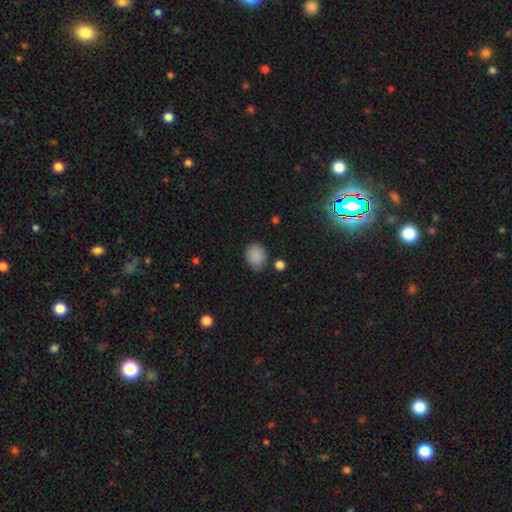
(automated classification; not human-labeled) Overall: smooth (87%). How rounded: in between (57%; round 43%). Merging: none (79%).